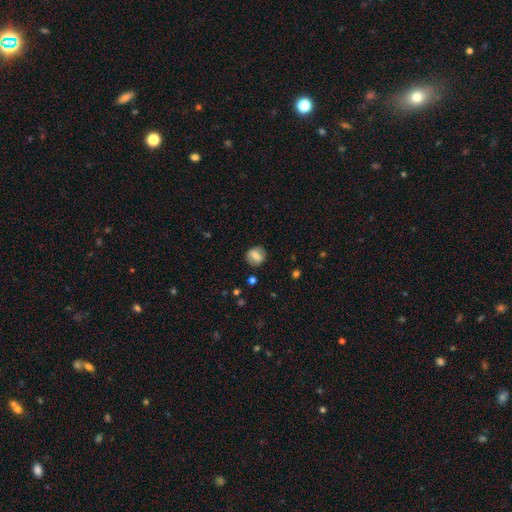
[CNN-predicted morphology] smooth-or-featured: smooth: 62% | featured or disk: 29% | star or artifact: 9%
  how-rounded: round: 70% | in between: 28% | cigar-shaped: 2%
  merging: none: 83% | minor disturbance: 12% | major disturbance: 4% | merger: 2%